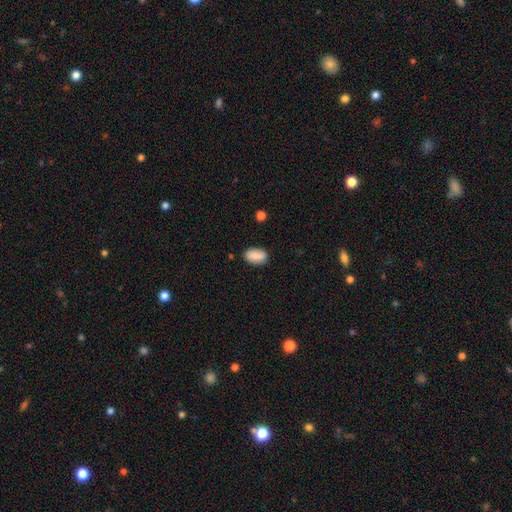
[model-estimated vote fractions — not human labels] A smooth galaxy with no disk features (82%) that is in between round and cigar-shaped (90%). Merging: none (80%).